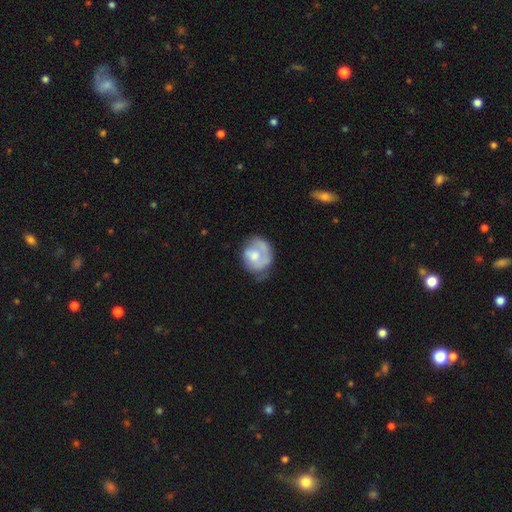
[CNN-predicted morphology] Smooth or featured? Predicted: featured or disk (p=0.52). Edge-on disk? Predicted: no (p=0.98). Bar? Predicted: no (p=0.75). Spiral arms? Predicted: yes (p=0.59). Bulge size? Predicted: moderate (p=0.56). Merging? Predicted: none (p=0.47).